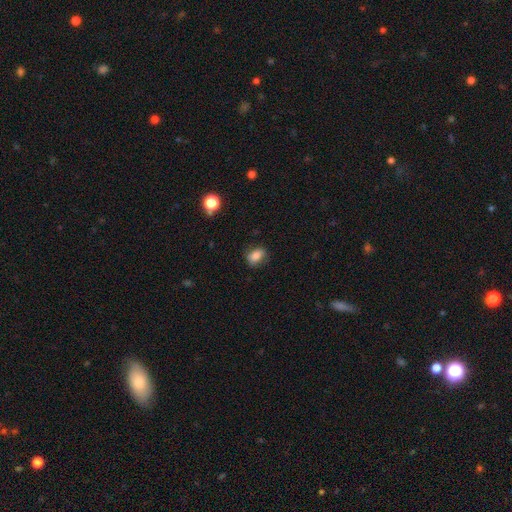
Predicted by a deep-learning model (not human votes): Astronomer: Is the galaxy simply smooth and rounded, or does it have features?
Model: smooth — 79%.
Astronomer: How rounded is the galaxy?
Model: in between — 75%.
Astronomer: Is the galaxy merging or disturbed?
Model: none — 77%.